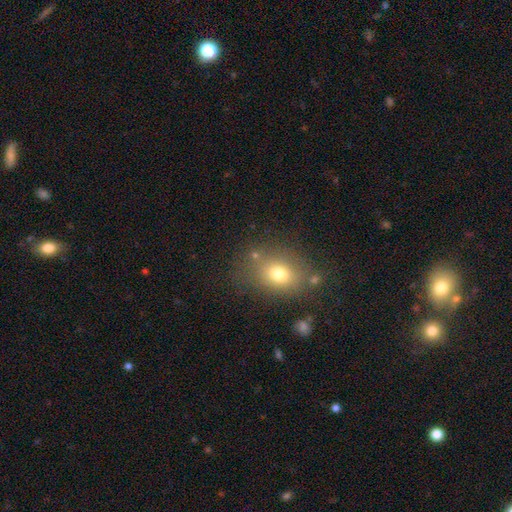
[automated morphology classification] A smooth galaxy with no disk features (71%) that is in between round and cigar-shaped (61%).

Vote fractions:
- Smooth or featured? smooth: 71% / star or artifact: 16% / featured or disk: 12%
- How rounded? in between: 61% / round: 37% / cigar-shaped: 2%
- Merging? none: 75% / minor disturbance: 14% / major disturbance: 6% / merger: 6%